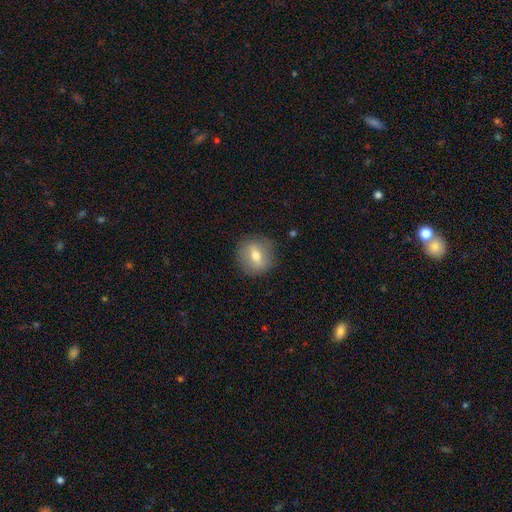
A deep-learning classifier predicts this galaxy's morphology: smooth_or_featured: smooth (p=0.58) [alt: featured or disk p=0.34]
how_rounded: round (p=0.80) [alt: in between p=0.18]
merging: none (p=0.86) [alt: minor disturbance p=0.10]